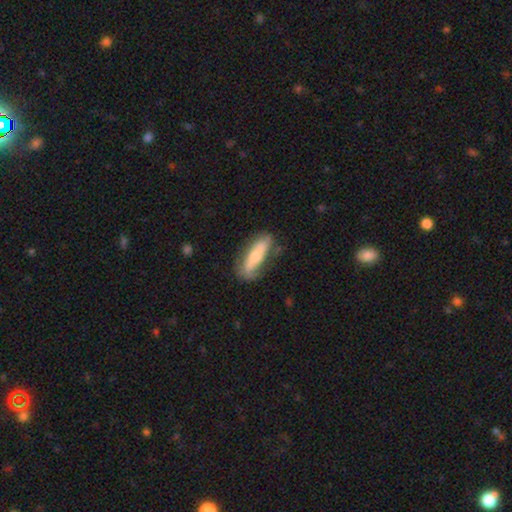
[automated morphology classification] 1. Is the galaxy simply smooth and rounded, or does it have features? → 53% smooth, 41% featured or disk, 6% star or artifact.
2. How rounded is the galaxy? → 52% cigar-shaped, 46% in between, 2% round.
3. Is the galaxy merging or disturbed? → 69% none, 21% minor disturbance, 7% major disturbance, 3% merger.